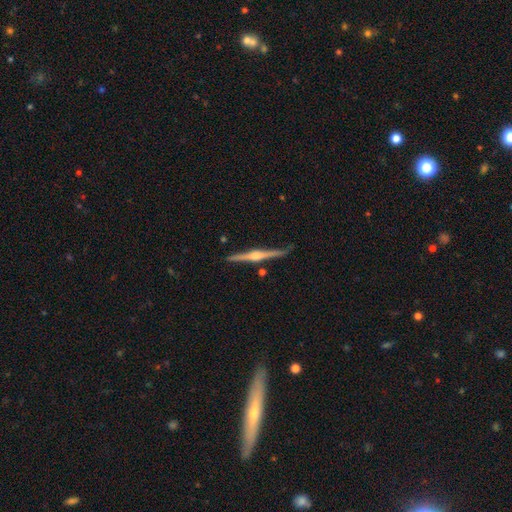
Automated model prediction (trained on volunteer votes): smooth-or-featured: featured or disk: 83% | smooth: 12% | star or artifact: 5%
  disk-edge-on: yes: 98% | no: 2%
    edge-on-bulge: rounded: 91% | boxy: 5% | none: 4%
  merging: none: 85% | minor disturbance: 10% | merger: 2% | major disturbance: 2%